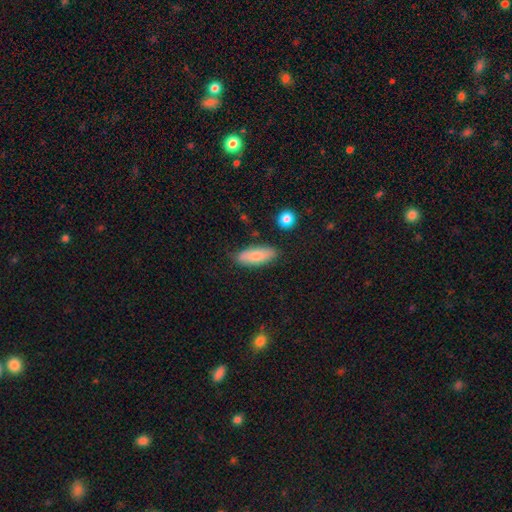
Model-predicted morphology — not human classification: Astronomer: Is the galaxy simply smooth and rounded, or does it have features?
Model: smooth — 80%.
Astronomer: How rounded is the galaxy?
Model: in between — 73%.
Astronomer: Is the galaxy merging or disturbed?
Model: none — 80%.